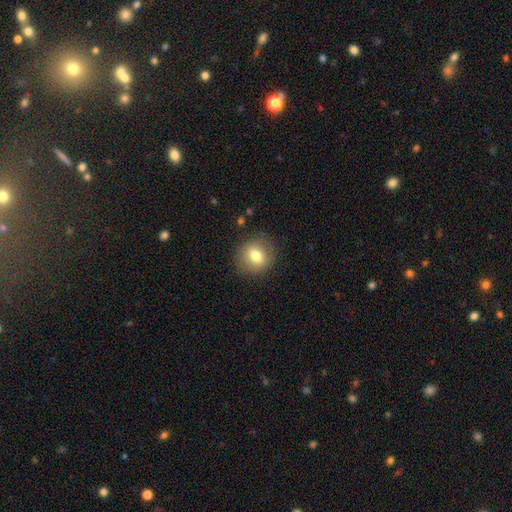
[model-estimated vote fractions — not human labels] Smooth or featured? Predicted: smooth (p=0.72). How rounded? Predicted: round (p=0.79). Merging? Predicted: none (p=0.86).